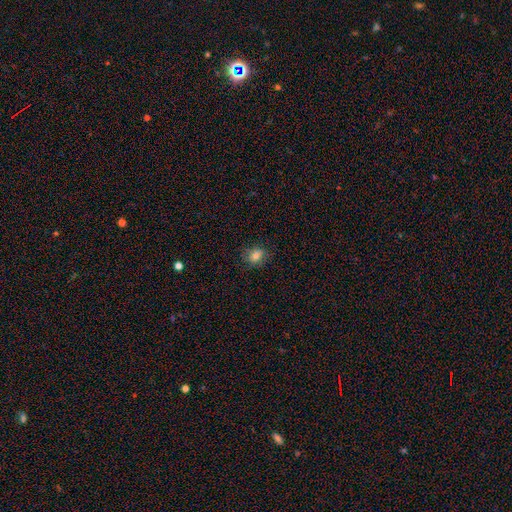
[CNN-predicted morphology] Smooth or featured?
  - smooth: 78% *
  - star or artifact: 12%
  - featured or disk: 11%
How rounded?
  - round: 50% *
  - in between: 48%
  - cigar-shaped: 1%
Merging?
  - none: 79% *
  - minor disturbance: 16%
  - major disturbance: 4%
  - merger: 1%